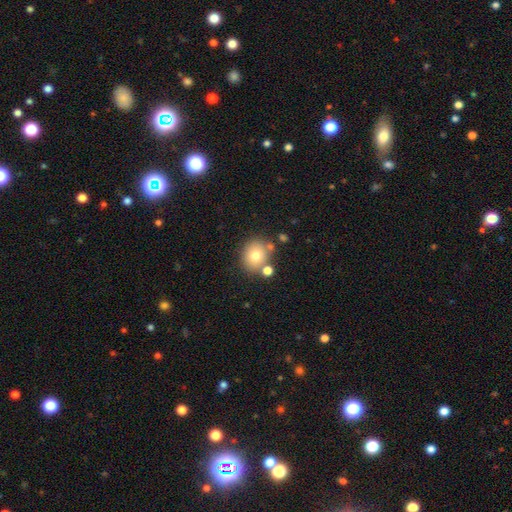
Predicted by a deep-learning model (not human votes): Smooth or featured?
  - smooth: 74% *
  - featured or disk: 14%
  - star or artifact: 11%
How rounded?
  - round: 69% *
  - in between: 30%
  - cigar-shaped: 1%
Merging?
  - none: 69% *
  - merger: 15%
  - minor disturbance: 13%
  - major disturbance: 4%